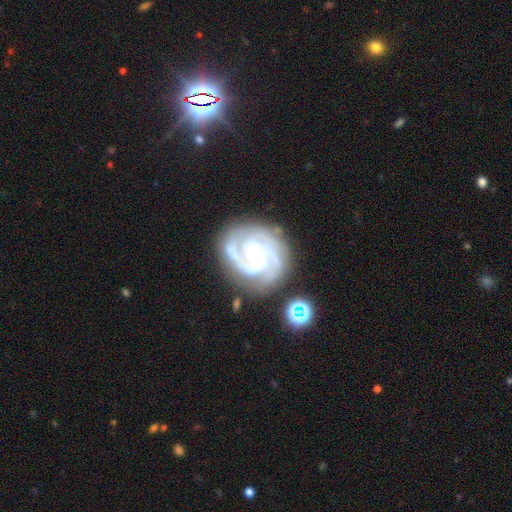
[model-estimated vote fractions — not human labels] A featured or disk galaxy (92%) with no bar (50%), 3 (49%) tight (69%) spiral arms (98%) and a moderate central bulge (50%). Merging: none (78%).